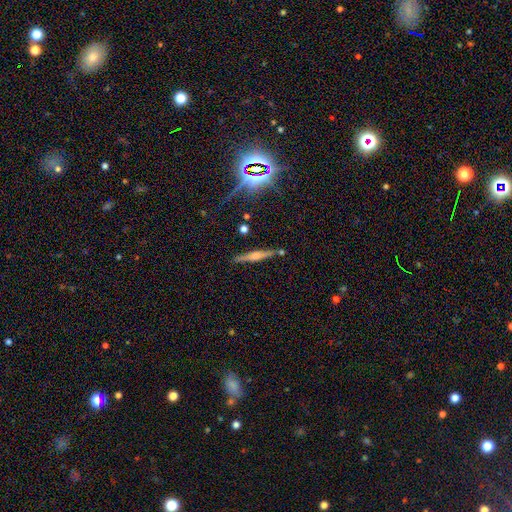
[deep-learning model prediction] A featured or disk galaxy (61%) viewed edge-on (97%) with a rounded central bulge (63%). Merging: none (85%).